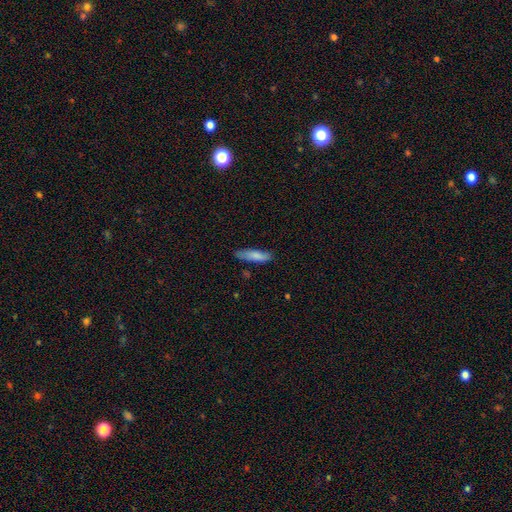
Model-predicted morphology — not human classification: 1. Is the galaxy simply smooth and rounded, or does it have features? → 81% smooth, 12% featured or disk, 6% star or artifact.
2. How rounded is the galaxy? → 62% cigar-shaped, 36% in between, 1% round.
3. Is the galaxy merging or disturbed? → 71% none, 22% minor disturbance, 4% major disturbance, 2% merger.